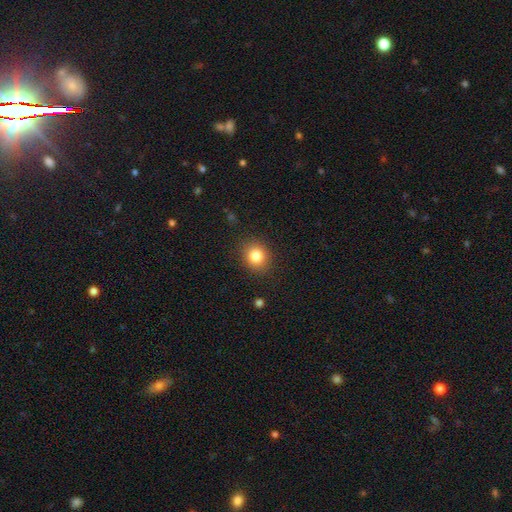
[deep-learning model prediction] Q: Smooth or featured?
A: smooth (83%); runner-up: star or artifact (10%)
Q: How rounded?
A: round (75%); runner-up: in between (24%)
Q: Merging?
A: none (87%); runner-up: minor disturbance (9%)